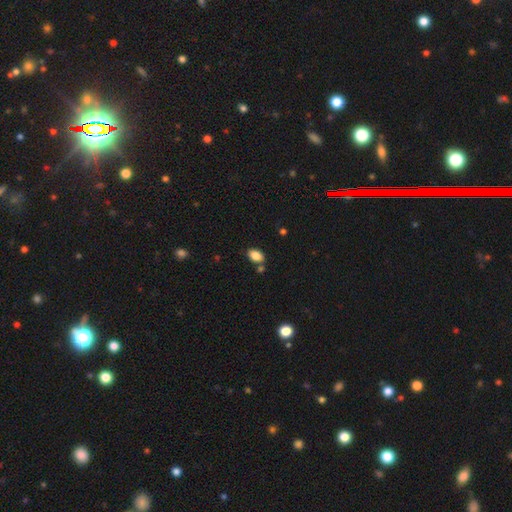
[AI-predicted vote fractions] Q: Smooth or featured?
A: smooth (86%); runner-up: star or artifact (9%)
Q: How rounded?
A: in between (88%); runner-up: round (11%)
Q: Merging?
A: none (74%); runner-up: minor disturbance (13%)